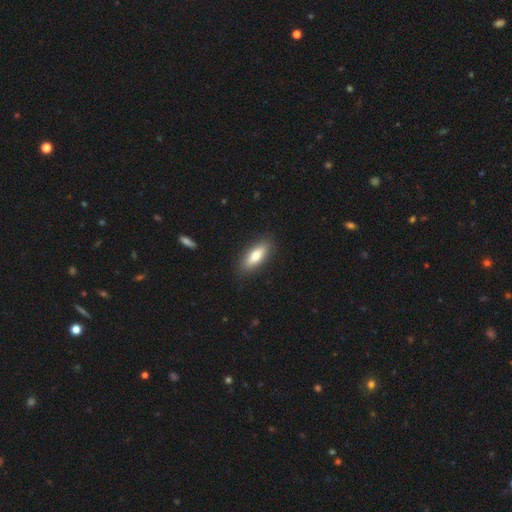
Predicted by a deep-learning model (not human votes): smooth-or-featured: smooth: 74% | featured or disk: 20% | star or artifact: 6%
  how-rounded: in between: 66% | cigar-shaped: 32% | round: 2%
  merging: none: 88% | minor disturbance: 9% | major disturbance: 2% | merger: 1%